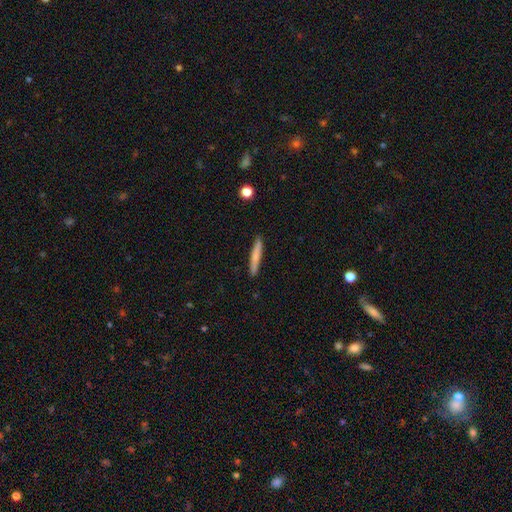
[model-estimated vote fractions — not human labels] A smooth galaxy with no disk features (71%) that is cigar-shaped (95%).

Vote fractions:
- Smooth or featured? smooth: 71% / featured or disk: 23% / star or artifact: 6%
- How rounded? cigar-shaped: 95% / in between: 3% / round: 1%
- Merging? none: 91% / minor disturbance: 7% / major disturbance: 1% / merger: 1%